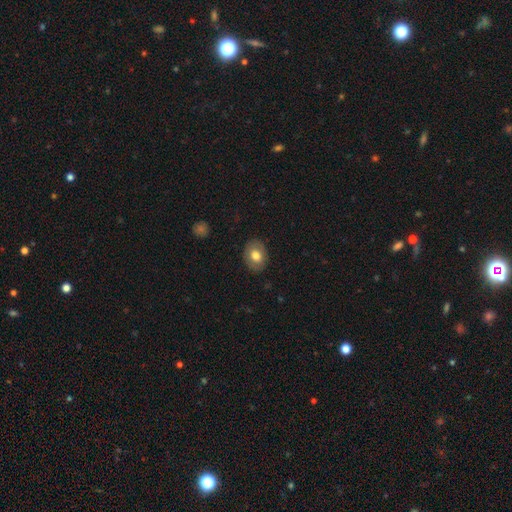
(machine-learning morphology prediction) Smooth or featured? Predicted: smooth (p=0.75). How rounded? Predicted: in between (p=0.62). Merging? Predicted: none (p=0.87).